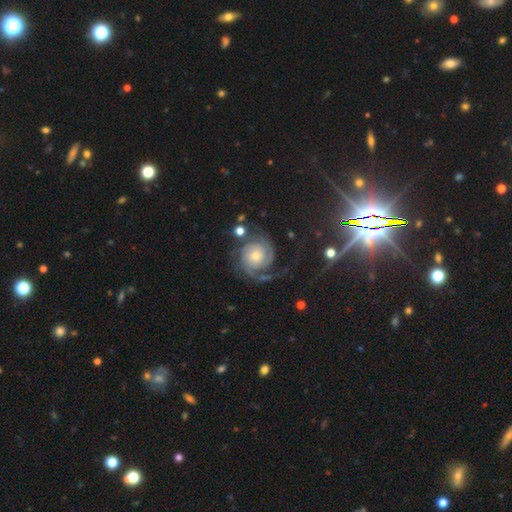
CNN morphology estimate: Smooth or featured? featured or disk (85%)
Edge-on disk? no (98%)
Bar? no (74%)
Spiral arms? yes (97%)
Spiral winding? tight (54%)
Spiral arm count? 2 (45%)
Bulge size? small (45%)
Merging? none (60%)